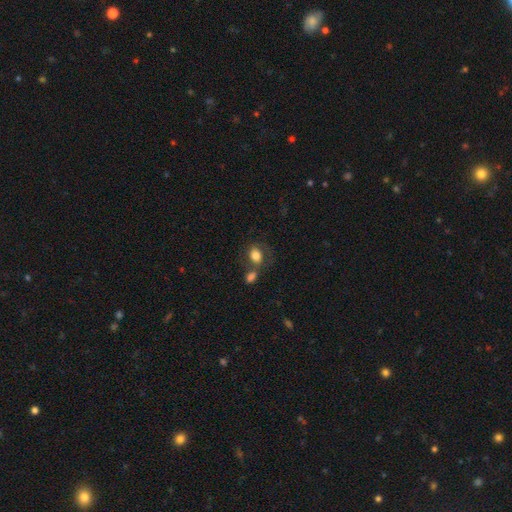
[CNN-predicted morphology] A smooth galaxy with no disk features (78%) that is in between round and cigar-shaped (69%).

Vote fractions:
- Smooth or featured? smooth: 78% / featured or disk: 13% / star or artifact: 8%
- How rounded? in between: 69% / round: 30% / cigar-shaped: 1%
- Merging? none: 45% / merger: 33% / minor disturbance: 15% / major disturbance: 8%